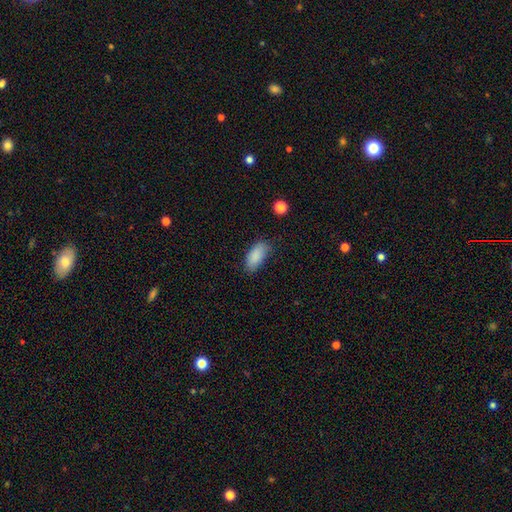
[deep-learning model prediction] Q: Smooth or featured?
A: smooth (88%); runner-up: star or artifact (8%)
Q: How rounded?
A: in between (89%); runner-up: cigar-shaped (9%)
Q: Merging?
A: none (76%); runner-up: minor disturbance (18%)